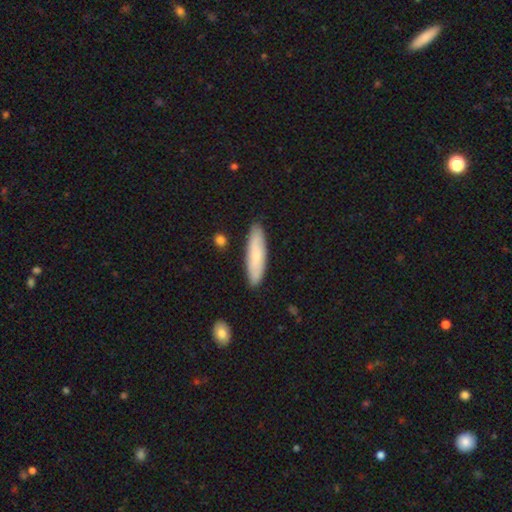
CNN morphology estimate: Q: Smooth or featured?
A: smooth (72%); runner-up: featured or disk (22%)
Q: How rounded?
A: cigar-shaped (74%); runner-up: in between (25%)
Q: Merging?
A: none (87%); runner-up: minor disturbance (9%)